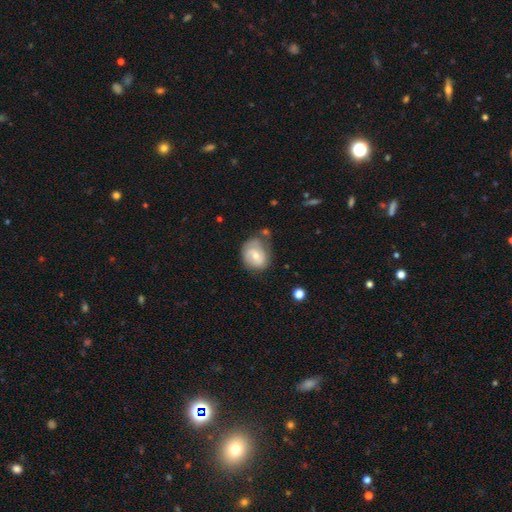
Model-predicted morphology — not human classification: type=featured or disk (57%); edge-on=no (97%); bar=weak (47%); spiral arms=yes (78%); bulge=moderate (53%); merging=none (52%).